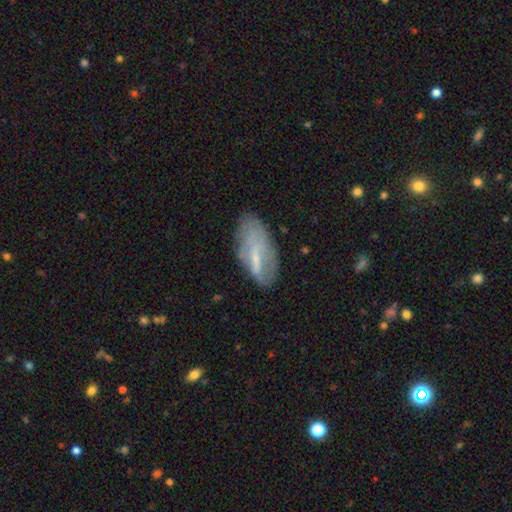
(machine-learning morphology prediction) A featured or disk galaxy (47%).

Vote fractions:
- Smooth or featured? featured or disk: 47% / smooth: 43% / star or artifact: 9%
- Merging? none: 60% / minor disturbance: 26% / major disturbance: 11% / merger: 2%